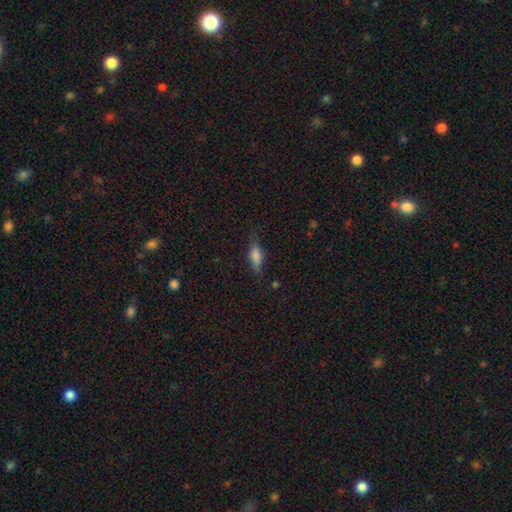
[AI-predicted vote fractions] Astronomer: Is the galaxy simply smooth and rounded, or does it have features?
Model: smooth — 67%.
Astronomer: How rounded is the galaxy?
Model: in between — 58% (runner-up: cigar-shaped, 38%).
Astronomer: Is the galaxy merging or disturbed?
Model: none — 71%.